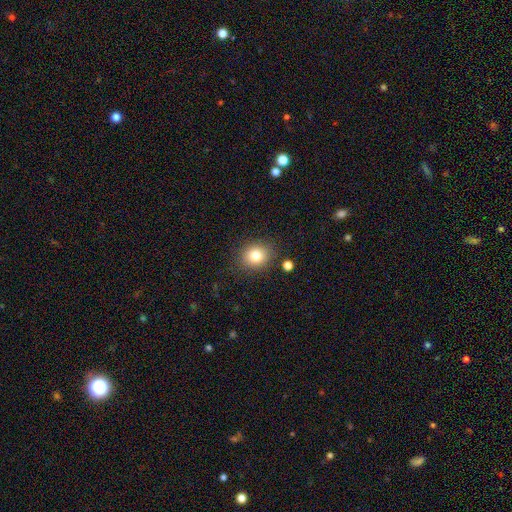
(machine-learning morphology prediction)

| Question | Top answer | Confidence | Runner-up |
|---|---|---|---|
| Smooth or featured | smooth | 80% | star or artifact (12%) |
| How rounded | round | 74% | in between (25%) |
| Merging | none | 85% | minor disturbance (9%) |